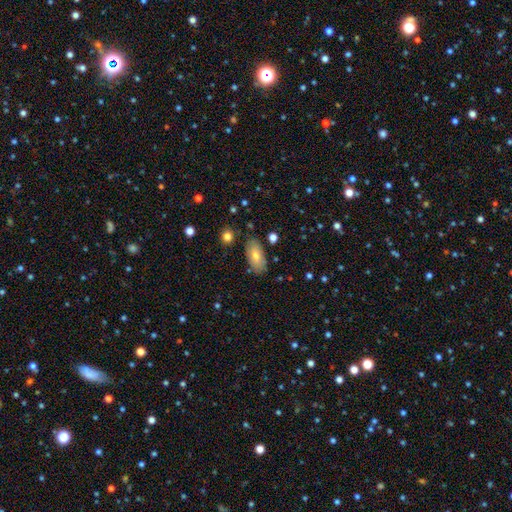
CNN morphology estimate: smooth 69%, featured or disk 22%, star or artifact 9%. Down the decision tree: how rounded — in between (90%); merging — none (82%).